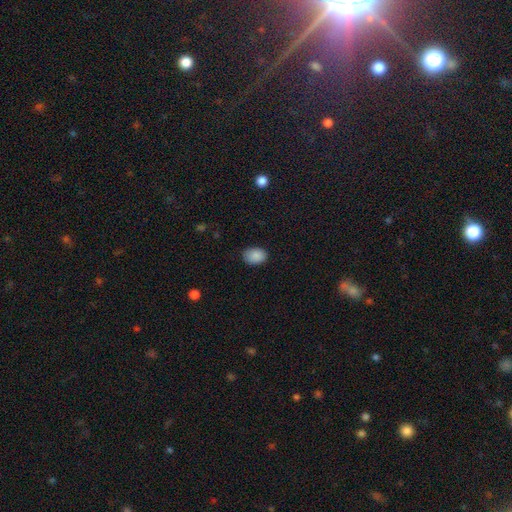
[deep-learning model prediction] Smooth or featured: smooth — 88% (star or artifact — 8%)
How rounded: in between — 73% (round — 26%)
Merging: none — 83% (minor disturbance — 13%)